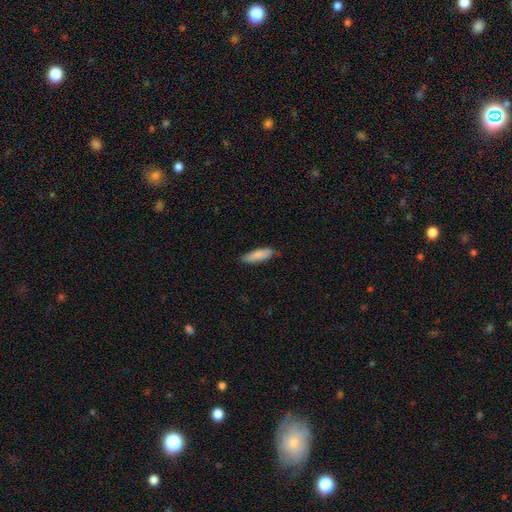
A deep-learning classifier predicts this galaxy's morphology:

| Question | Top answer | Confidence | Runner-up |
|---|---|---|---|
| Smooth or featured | smooth | 86% | featured or disk (9%) |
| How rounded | cigar-shaped | 59% | in between (39%) |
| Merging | none | 82% | minor disturbance (14%) |